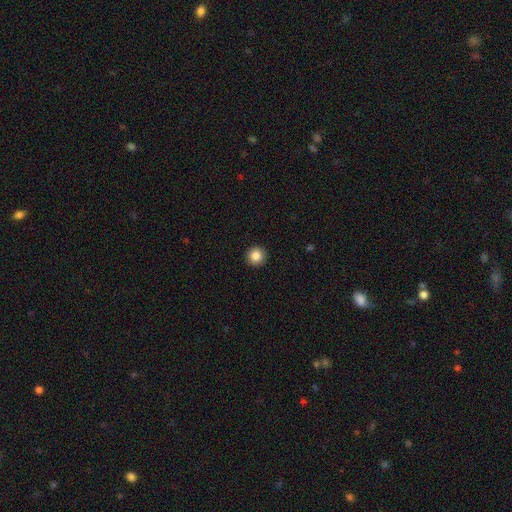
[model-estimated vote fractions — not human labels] smooth 86%, star or artifact 9%, featured or disk 4%. Down the decision tree: how rounded — round (95%); merging — none (93%).